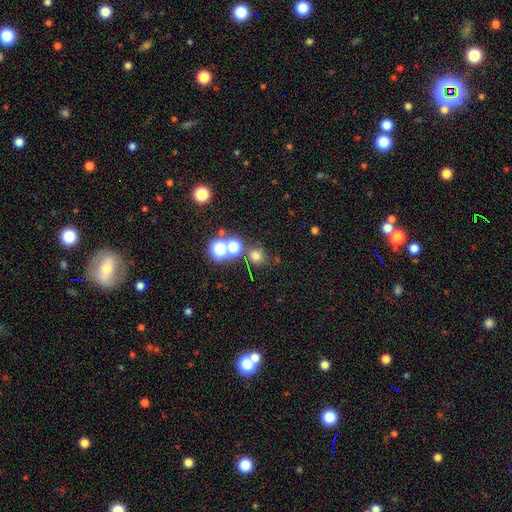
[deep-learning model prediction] Smooth or featured: smooth — 64% (star or artifact — 28%)
How rounded: round — 90% (in between — 9%)
Merging: none — 71% (merger — 16%)